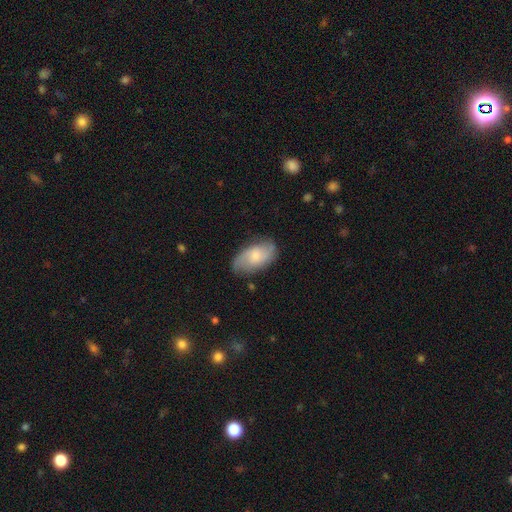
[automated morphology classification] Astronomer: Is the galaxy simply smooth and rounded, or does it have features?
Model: featured or disk — 51% (runner-up: smooth, 43%).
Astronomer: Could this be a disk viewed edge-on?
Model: no — 94%.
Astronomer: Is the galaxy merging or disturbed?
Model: none — 74%.